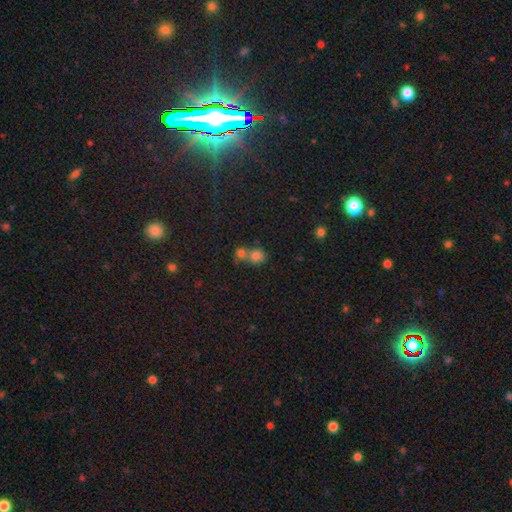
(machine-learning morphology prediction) This appears to be a smooth galaxy with no disk features (78%) that is round (77%). Merging: merger (50%).